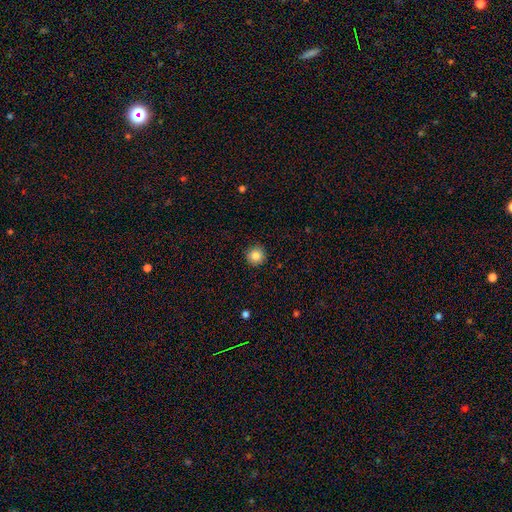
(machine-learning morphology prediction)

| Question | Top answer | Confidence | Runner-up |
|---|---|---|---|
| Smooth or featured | smooth | 84% | star or artifact (10%) |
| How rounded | round | 95% | in between (4%) |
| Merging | none | 92% | minor disturbance (6%) |